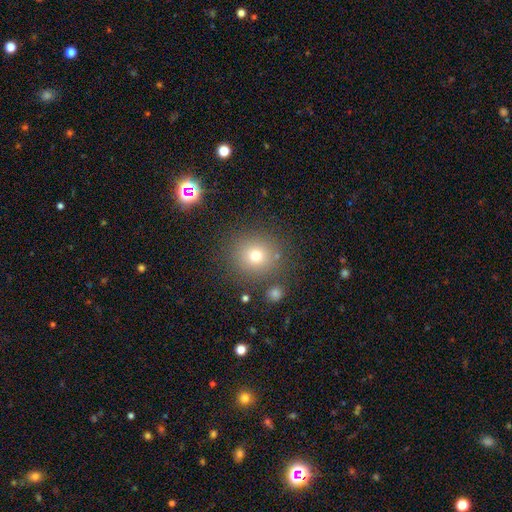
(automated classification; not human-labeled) A smooth galaxy with no disk features (74%) that is round (88%). Merging: none (83%).